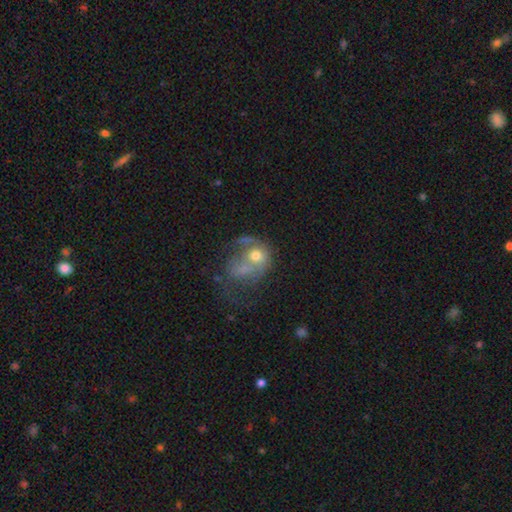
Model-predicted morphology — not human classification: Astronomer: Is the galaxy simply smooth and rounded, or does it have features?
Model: smooth — 46% (runner-up: featured or disk, 44%).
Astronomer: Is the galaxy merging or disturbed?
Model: major disturbance — 40% (runner-up: merger, 26%).